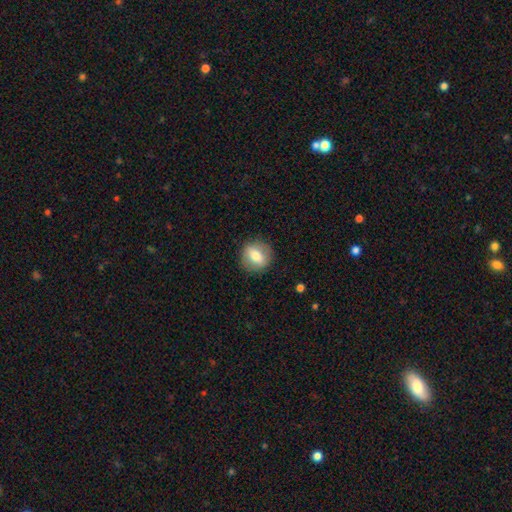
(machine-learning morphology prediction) type=smooth (68%); roundness=round (76%); merging=none (86%).